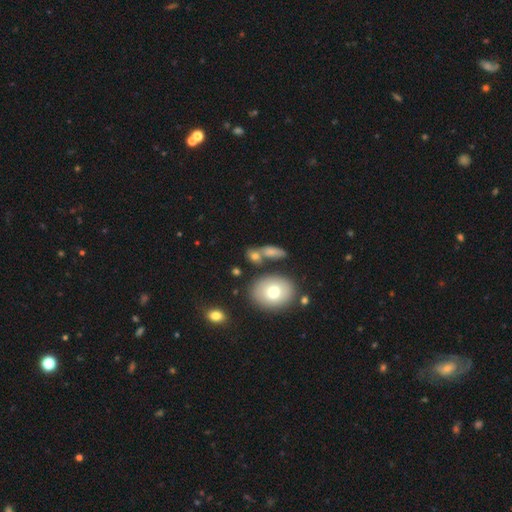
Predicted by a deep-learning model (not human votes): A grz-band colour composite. It shows a smooth galaxy with no disk features (74%) that is in between round and cigar-shaped (56%). Merging: none (56%).